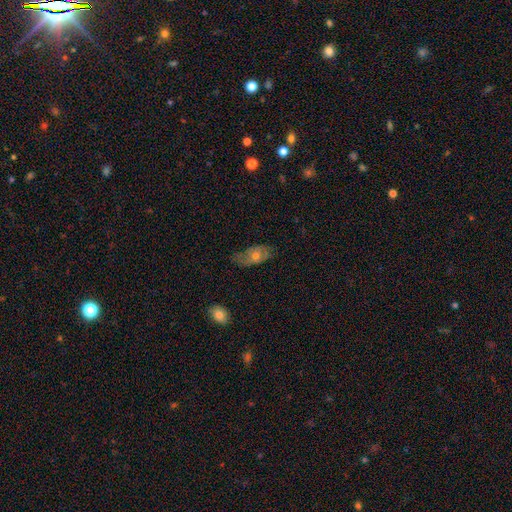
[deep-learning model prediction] The model was most divided on "smooth or featured": smooth: 48%, featured or disk: 44%, star or artifact: 8%. More confident: merging — none (58%).